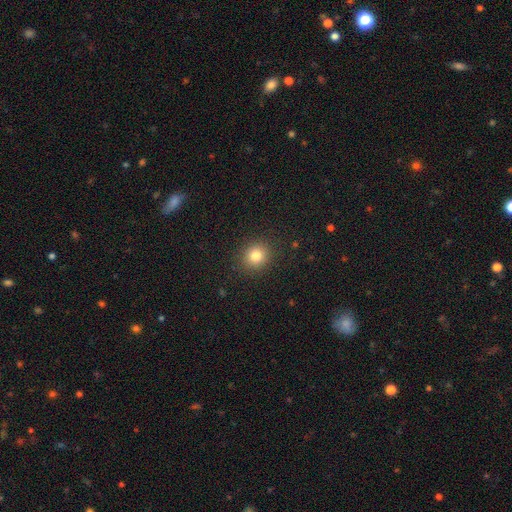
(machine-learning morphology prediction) type=smooth (81%); roundness=round (82%); merging=none (90%).